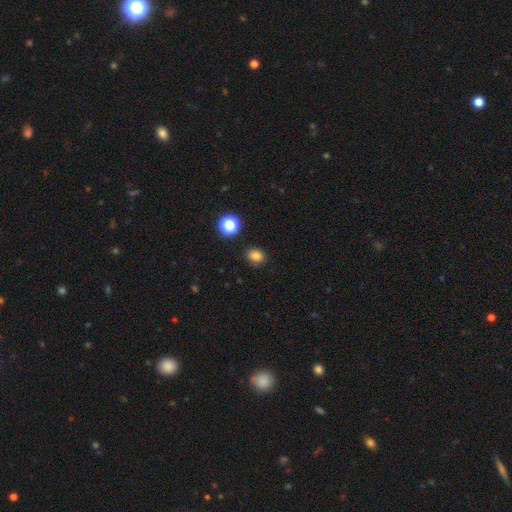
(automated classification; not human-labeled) Q: Smooth or featured?
A: smooth (82%); runner-up: star or artifact (14%)
Q: How rounded?
A: round (57%); runner-up: in between (42%)
Q: Merging?
A: none (82%); runner-up: minor disturbance (12%)